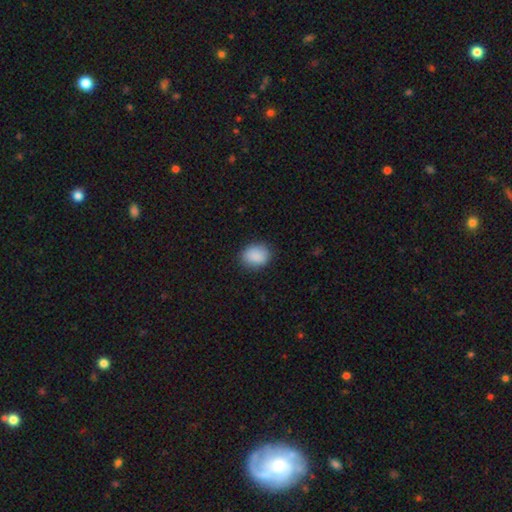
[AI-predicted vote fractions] A smooth galaxy with no disk features (89%) that is round (53%).

Vote fractions:
- Smooth or featured? smooth: 89% / star or artifact: 7% / featured or disk: 4%
- How rounded? round: 53% / in between: 46% / cigar-shaped: 1%
- Merging? none: 85% / minor disturbance: 11% / major disturbance: 3% / merger: 1%